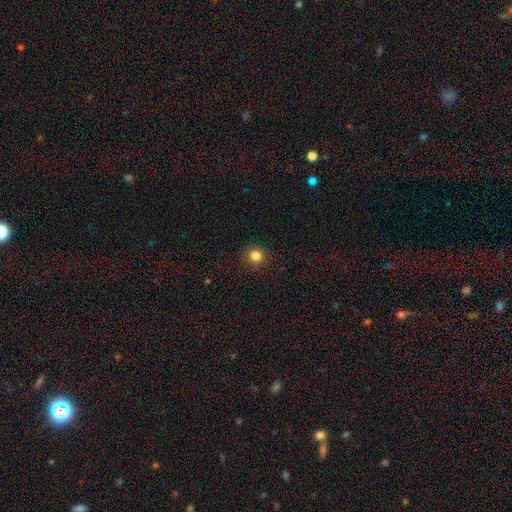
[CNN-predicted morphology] A smooth galaxy with no disk features (84%) that is round (92%). Merging: none (90%).